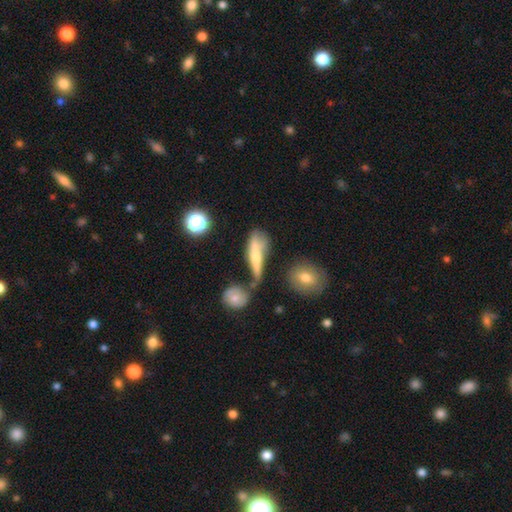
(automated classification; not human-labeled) A smooth galaxy with no disk features (52%) that is cigar-shaped (56%).

Vote fractions:
- Smooth or featured? smooth: 52% / featured or disk: 38% / star or artifact: 10%
- How rounded? cigar-shaped: 56% / in between: 39% / round: 5%
- Merging? none: 34% / minor disturbance: 24% / major disturbance: 21% / merger: 21%